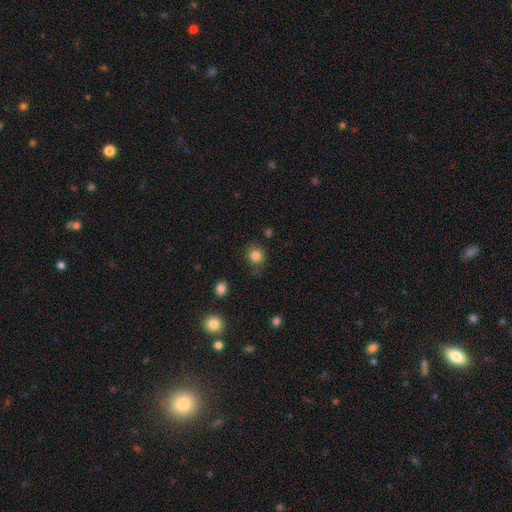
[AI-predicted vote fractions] This appears to be a smooth galaxy with no disk features (84%) that is round (83%). Merging: none (75%).